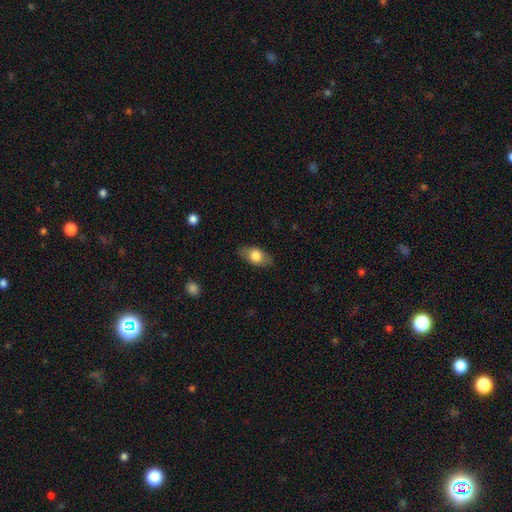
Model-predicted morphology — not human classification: A smooth galaxy with no disk features (71%) that is in between round and cigar-shaped (87%). Merging: none (83%).